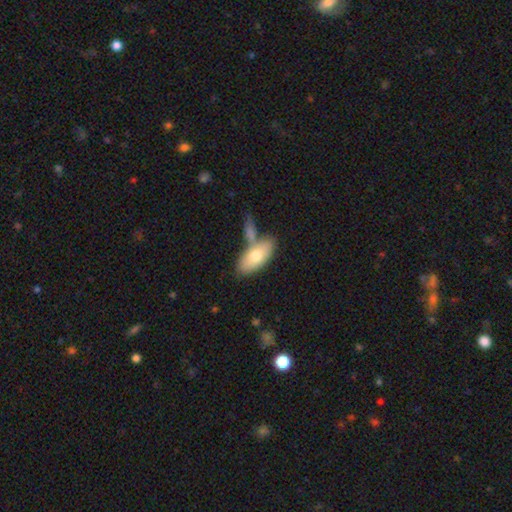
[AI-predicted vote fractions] A smooth galaxy with no disk features (71%) that is in between round and cigar-shaped (86%).

Vote fractions:
- Smooth or featured? smooth: 71% / featured or disk: 23% / star or artifact: 5%
- How rounded? in between: 86% / cigar-shaped: 11% / round: 3%
- Merging? none: 52% / merger: 29% / minor disturbance: 14% / major disturbance: 5%